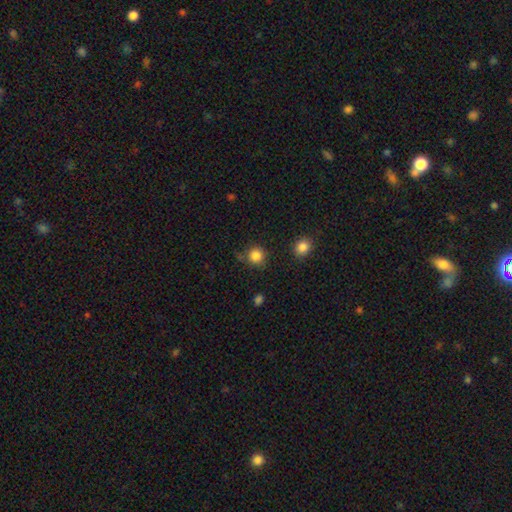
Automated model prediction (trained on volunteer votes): Smooth or featured? Predicted: smooth (p=0.85). How rounded? Predicted: round (p=0.91). Merging? Predicted: none (p=0.79).